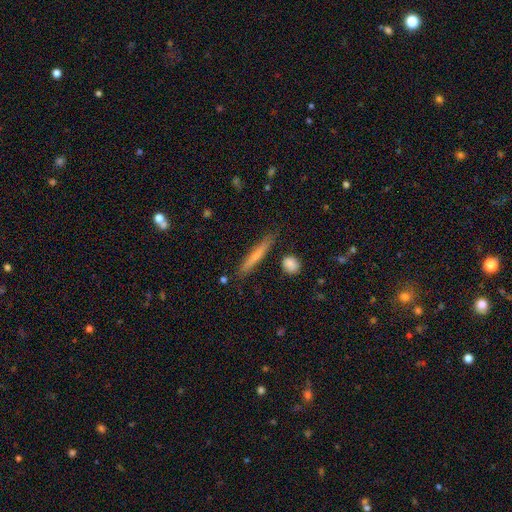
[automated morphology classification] This appears to be a smooth galaxy with no disk features (63%) that is cigar-shaped (94%). Merging: none (84%).